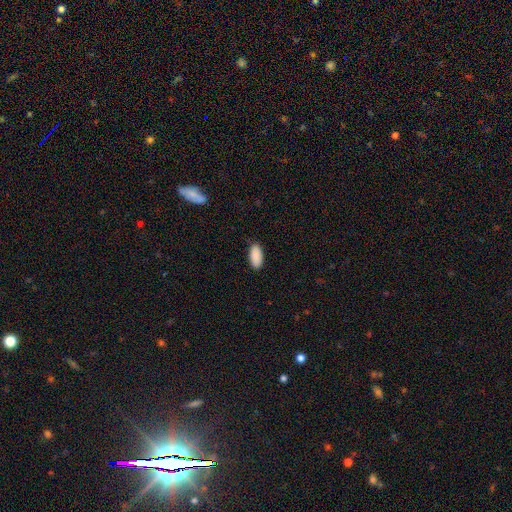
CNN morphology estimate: Smooth or featured?
  - smooth: 91% *
  - star or artifact: 6%
  - featured or disk: 3%
How rounded?
  - in between: 92% *
  - cigar-shaped: 6%
  - round: 2%
Merging?
  - none: 87% *
  - minor disturbance: 10%
  - major disturbance: 2%
  - merger: 1%